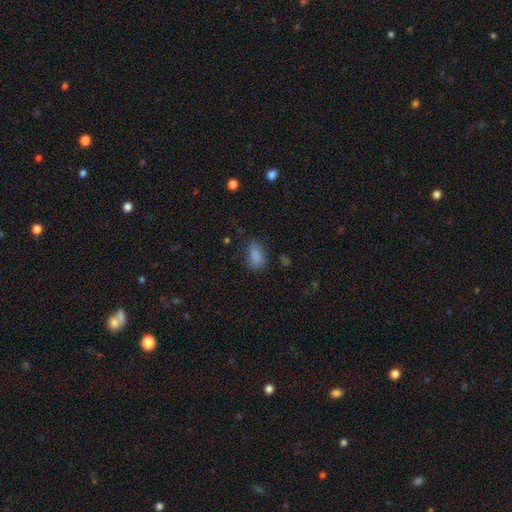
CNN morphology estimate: Smooth or featured? smooth (85%)
How rounded? in between (89%)
Merging? none (73%)